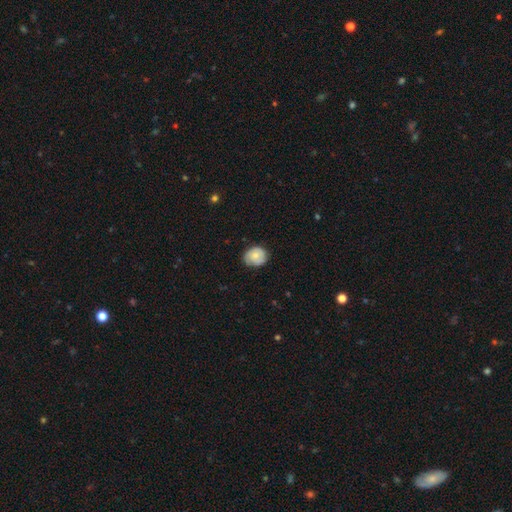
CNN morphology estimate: smooth_or_featured: smooth (p=0.66) [alt: featured or disk p=0.27]
how_rounded: round (p=0.68) [alt: in between p=0.31]
merging: none (p=0.70) [alt: minor disturbance p=0.24]